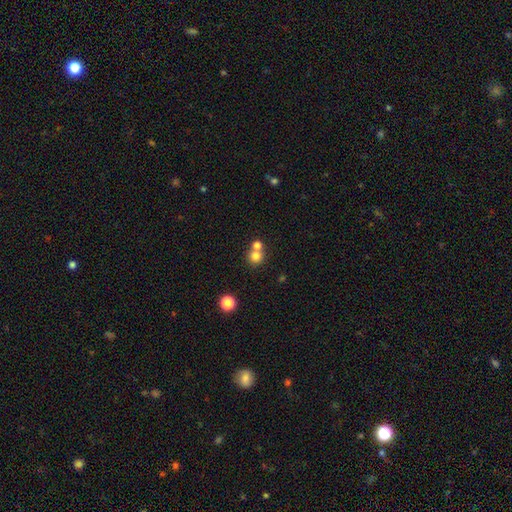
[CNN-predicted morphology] smooth-or-featured: smooth: 77% | star or artifact: 13% | featured or disk: 9%
  how-rounded: round: 89% | in between: 10% | cigar-shaped: 1%
  merging: none: 54% | merger: 38% | minor disturbance: 6% | major disturbance: 2%